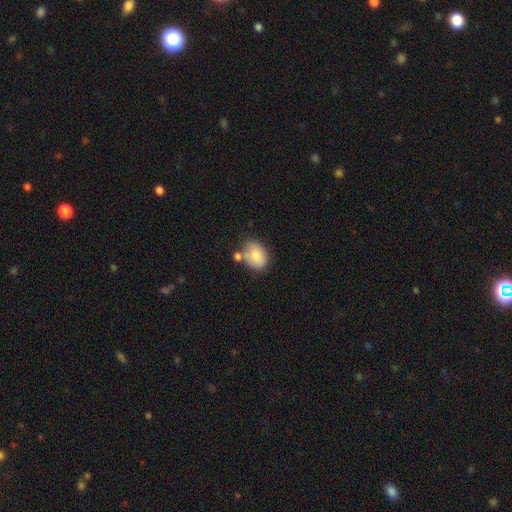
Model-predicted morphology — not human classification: Smooth or featured? smooth (80%)
How rounded? in between (66%)
Merging? none (54%)